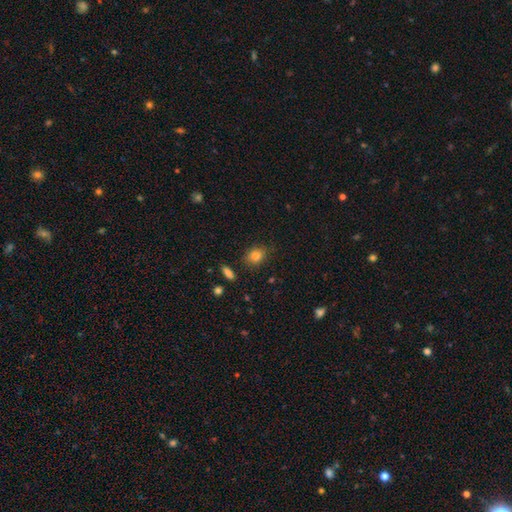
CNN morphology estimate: Smooth or featured? smooth (82%)
How rounded? in between (53%)
Merging? none (76%)